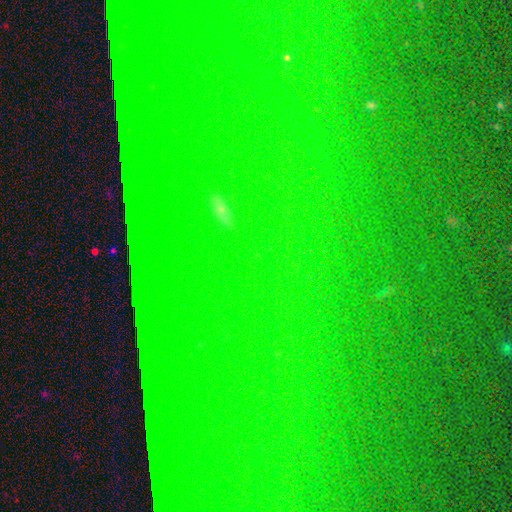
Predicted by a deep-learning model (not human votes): This appears to be a star or artifact, not a galaxy (77%).